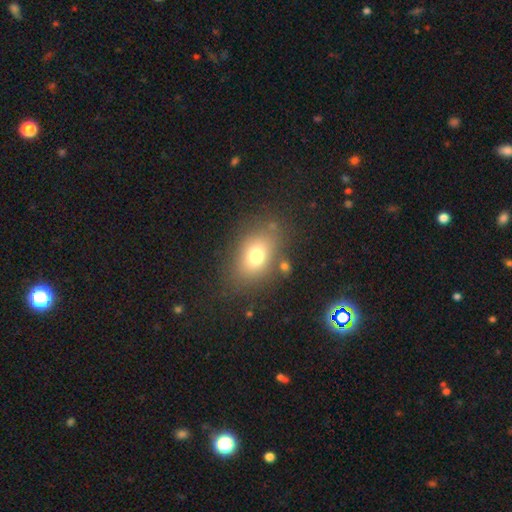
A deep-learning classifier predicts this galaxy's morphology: Smooth or featured? Predicted: smooth (p=0.73). How rounded? Predicted: in between (p=0.74). Merging? Predicted: none (p=0.76).